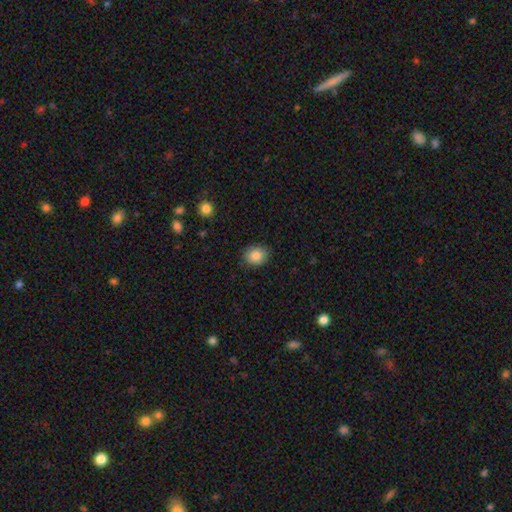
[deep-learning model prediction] Smooth or featured?
  - smooth: 86% *
  - star or artifact: 9%
  - featured or disk: 6%
How rounded?
  - round: 67% *
  - in between: 32%
  - cigar-shaped: 1%
Merging?
  - none: 88% *
  - minor disturbance: 9%
  - major disturbance: 2%
  - merger: 1%